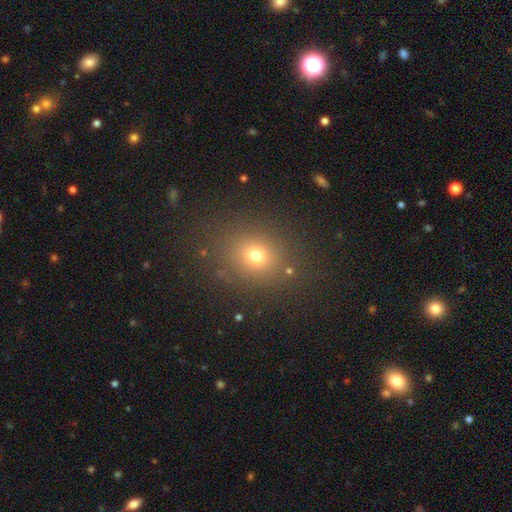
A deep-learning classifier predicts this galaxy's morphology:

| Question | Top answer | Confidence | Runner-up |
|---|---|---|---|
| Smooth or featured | smooth | 70% | star or artifact (20%) |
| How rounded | round | 69% | in between (30%) |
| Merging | none | 84% | minor disturbance (9%) |